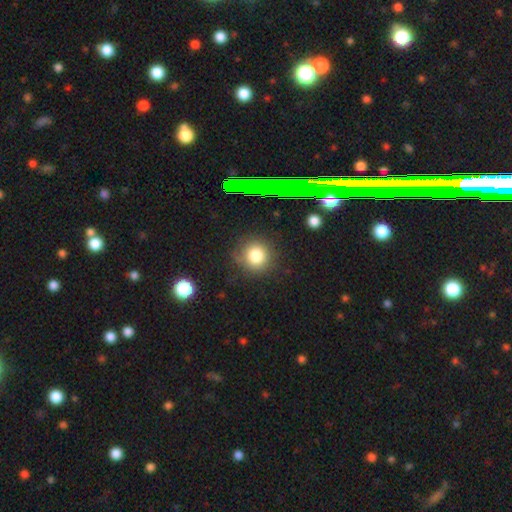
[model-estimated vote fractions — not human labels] This is likely a smooth galaxy (78%). How rounded: clearly round (91%). Merging: clearly none (82%).